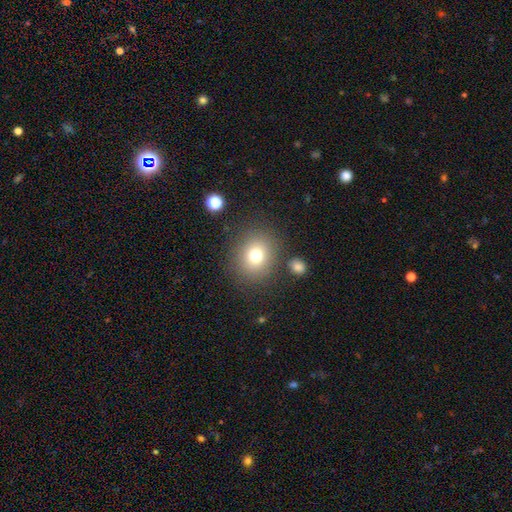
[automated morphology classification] The model was most divided on "how rounded": round: 75%, in between: 24%, cigar-shaped: 1%. More confident: merging — none (83%); smooth or featured — smooth (75%).